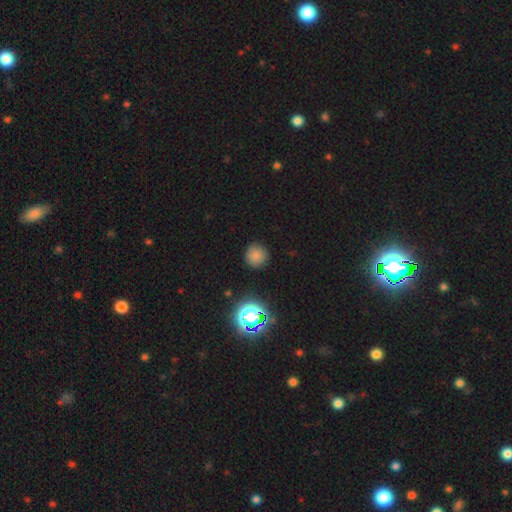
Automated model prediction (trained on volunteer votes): smooth 77%, star or artifact 17%, featured or disk 5%. Down the decision tree: how rounded — round (94%); merging — none (89%).